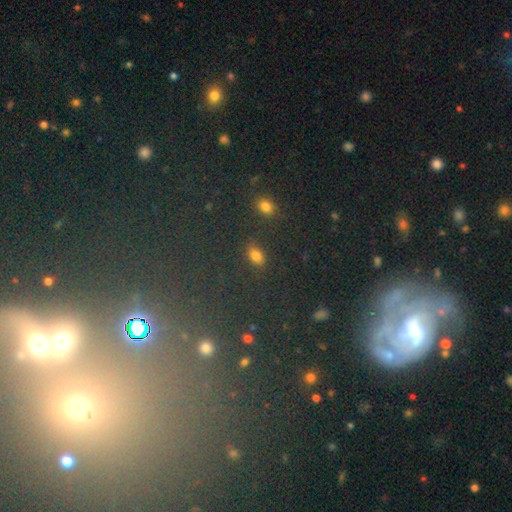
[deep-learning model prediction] Q: Smooth or featured?
A: smooth (74%); runner-up: star or artifact (19%)
Q: How rounded?
A: in between (84%); runner-up: round (12%)
Q: Merging?
A: none (80%); runner-up: minor disturbance (12%)